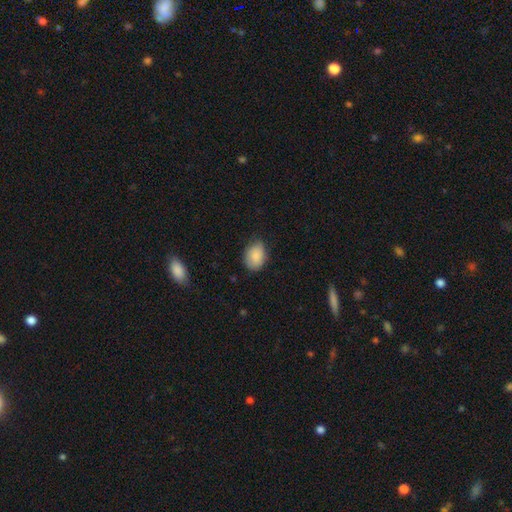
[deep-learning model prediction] Morphology: type=smooth (86%); roundness=in between (66%); merging=none (71%).